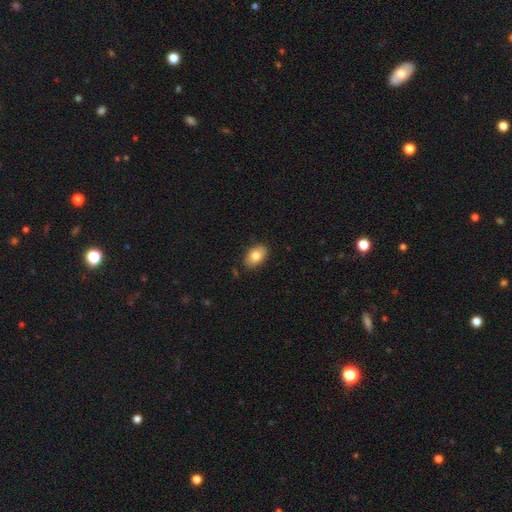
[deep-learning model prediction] smooth_or_featured: smooth (p=0.81) [alt: featured or disk p=0.11]
how_rounded: in between (p=0.90) [alt: round p=0.09]
merging: none (p=0.86) [alt: minor disturbance p=0.11]